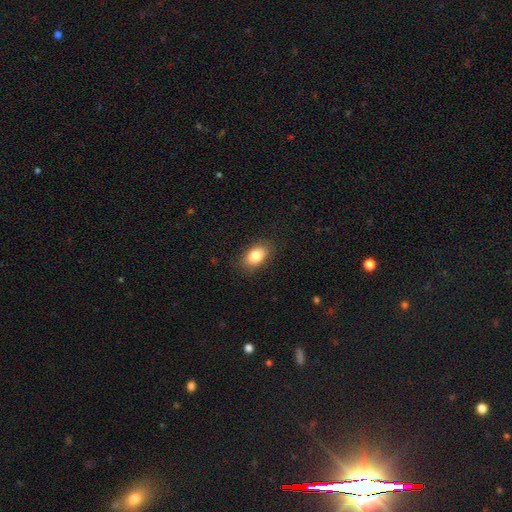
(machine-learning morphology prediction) A smooth galaxy with no disk features (82%) that is in between round and cigar-shaped (85%).

Vote fractions:
- Smooth or featured? smooth: 82% / featured or disk: 9% / star or artifact: 8%
- How rounded? in between: 85% / round: 13% / cigar-shaped: 2%
- Merging? none: 86% / minor disturbance: 11% / major disturbance: 3% / merger: 1%